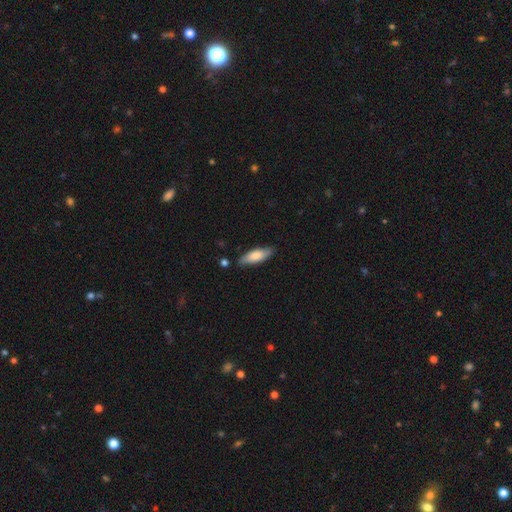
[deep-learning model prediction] Smooth or featured? smooth (73%)
How rounded? in between (56%)
Merging? none (81%)